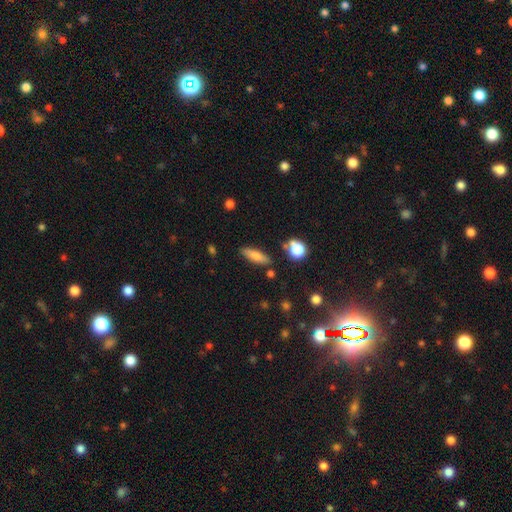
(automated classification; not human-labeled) smooth-or-featured: smooth: 74% | featured or disk: 17% | star or artifact: 8%
  how-rounded: cigar-shaped: 49% | in between: 48% | round: 3%
  merging: none: 82% | minor disturbance: 11% | merger: 4% | major disturbance: 3%